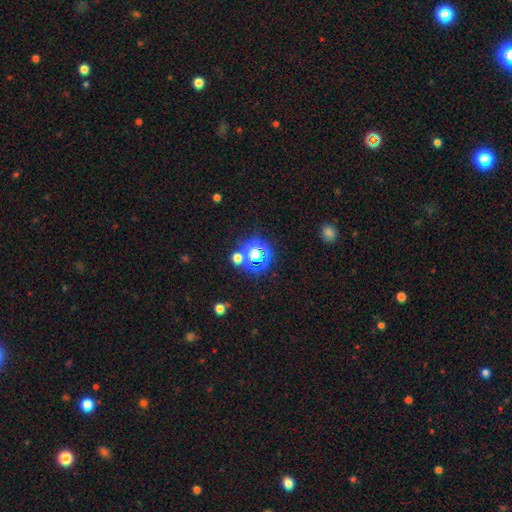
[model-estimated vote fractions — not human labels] This appears to be a star or artifact, not a galaxy (52%).